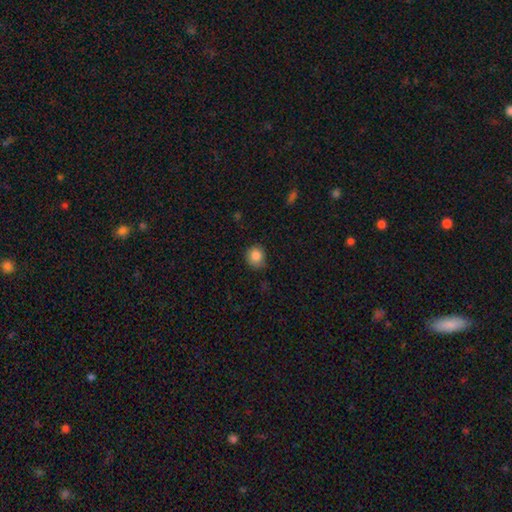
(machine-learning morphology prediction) type=smooth (86%); roundness=round (84%); merging=none (76%).